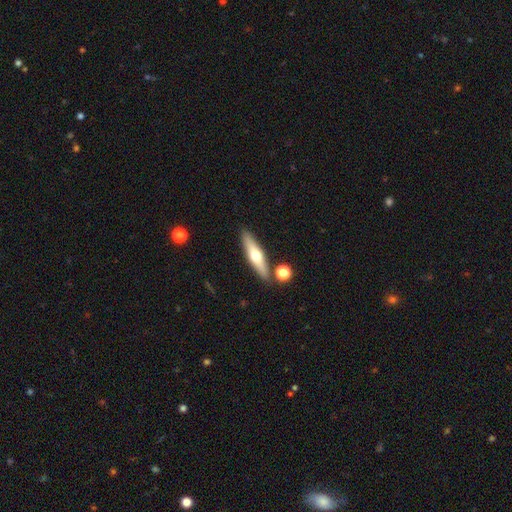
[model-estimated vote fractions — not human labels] featured or disk 50%, smooth 44%, star or artifact 6%. Down the decision tree: edge-on disk — yes (91%); merging — none (84%).